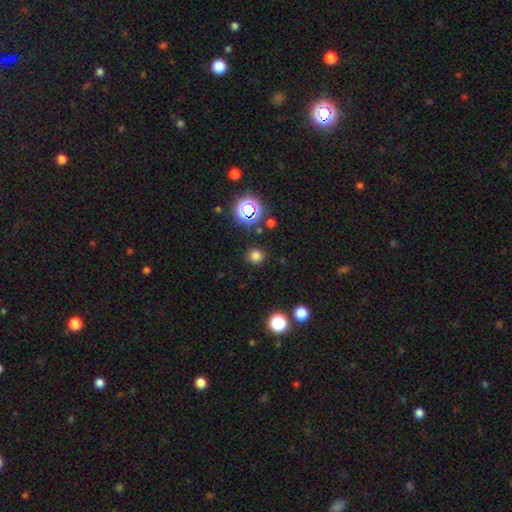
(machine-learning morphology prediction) Smooth or featured? smooth (75%)
How rounded? round (92%)
Merging? none (88%)